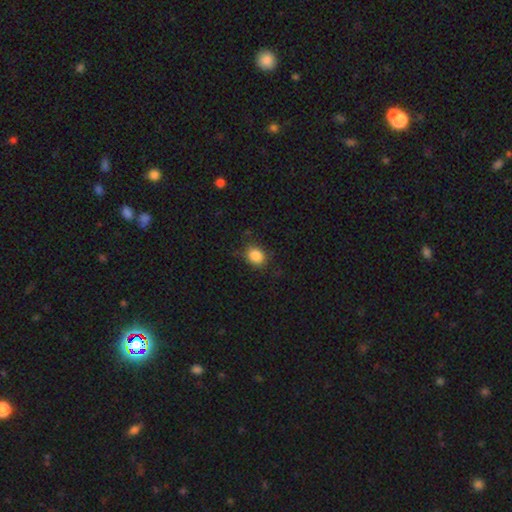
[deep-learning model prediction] Smooth or featured? smooth (86%)
How rounded? round (53%)
Merging? none (78%)